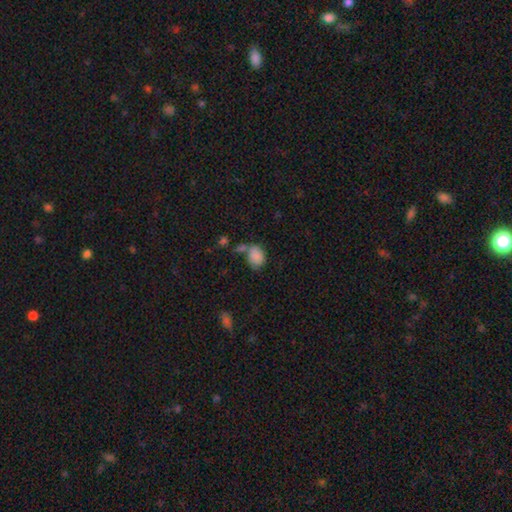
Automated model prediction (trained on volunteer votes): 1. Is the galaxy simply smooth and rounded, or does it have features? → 84% smooth, 9% star or artifact, 6% featured or disk.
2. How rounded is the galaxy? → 75% in between, 24% round, 1% cigar-shaped.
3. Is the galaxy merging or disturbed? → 46% none, 25% merger, 19% minor disturbance, 9% major disturbance.